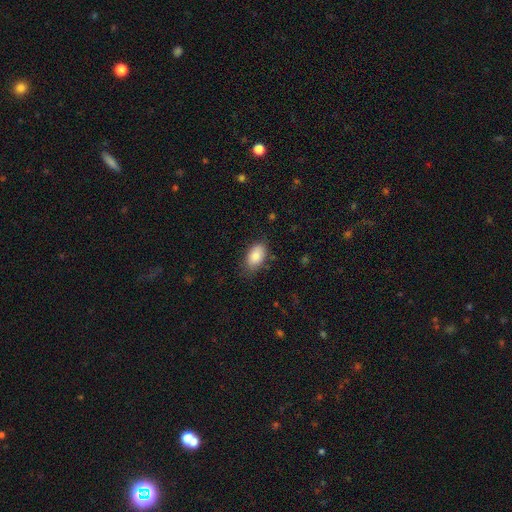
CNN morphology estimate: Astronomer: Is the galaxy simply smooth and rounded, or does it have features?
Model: smooth — 85%.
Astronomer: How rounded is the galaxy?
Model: in between — 92%.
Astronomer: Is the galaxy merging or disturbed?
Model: none — 74%.